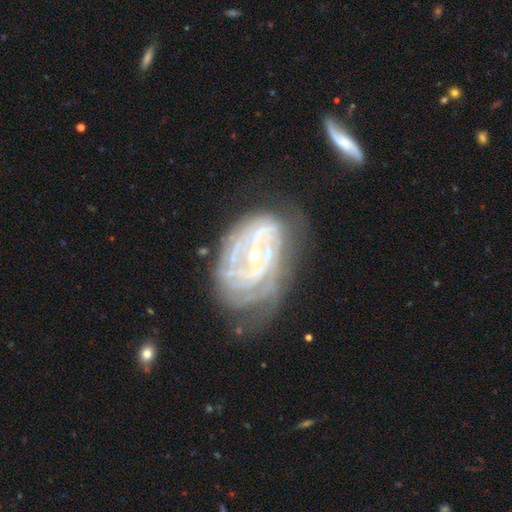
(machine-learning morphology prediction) The model was most divided on "merging": none: 44%, minor disturbance: 28%, major disturbance: 23%, merger: 5%. Remaining: edge-on disk — no (96%); spiral arms — yes (86%); smooth or featured — featured or disk (84%); spiral winding — tight (66%); bulge size — small (66%); bar — no (53%); spiral arm count — can't tell (44%).